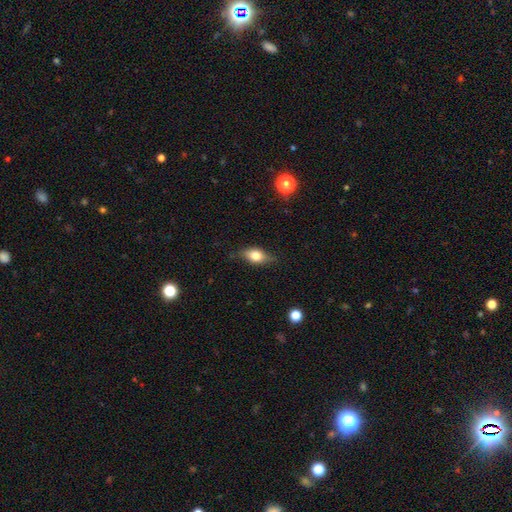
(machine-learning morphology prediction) Smooth or featured: smooth — 62% (featured or disk — 29%)
How rounded: in between — 76% (round — 13%)
Merging: none — 76% (minor disturbance — 19%)